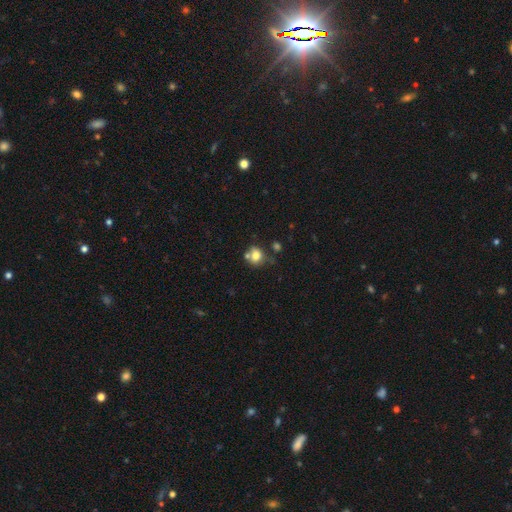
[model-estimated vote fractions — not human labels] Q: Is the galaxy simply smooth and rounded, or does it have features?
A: smooth — 75%.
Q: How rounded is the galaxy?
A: round — 66%.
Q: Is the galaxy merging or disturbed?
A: none — 51%.